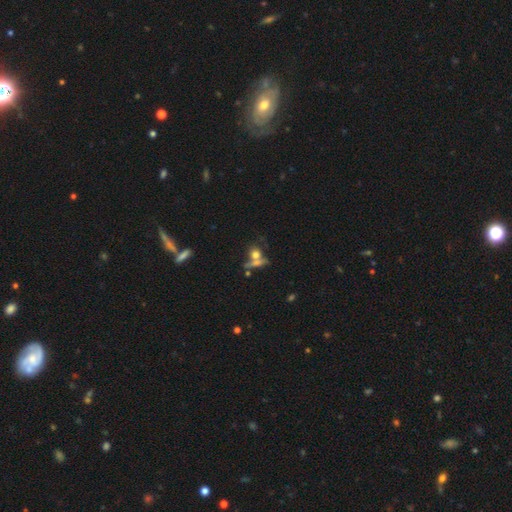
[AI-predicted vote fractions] A smooth galaxy with no disk features (61%) that is round (62%). Merging: none (43%).